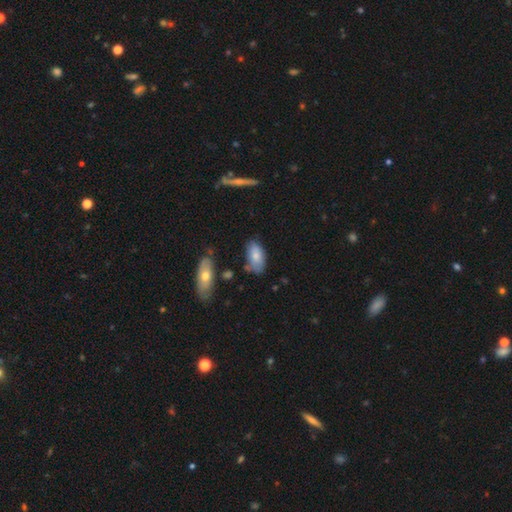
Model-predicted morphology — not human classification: A smooth galaxy with no disk features (77%) that is in between round and cigar-shaped (92%). Merging: none (61%).